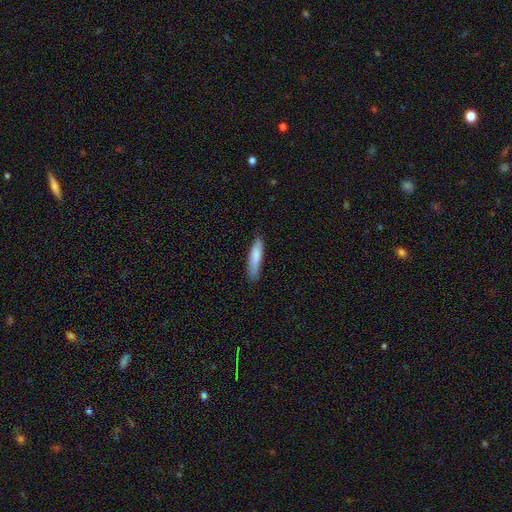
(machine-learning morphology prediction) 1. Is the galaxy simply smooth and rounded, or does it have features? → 83% smooth, 11% featured or disk, 6% star or artifact.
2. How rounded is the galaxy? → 78% cigar-shaped, 20% in between, 1% round.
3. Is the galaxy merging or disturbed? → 78% none, 18% minor disturbance, 3% major disturbance, 1% merger.